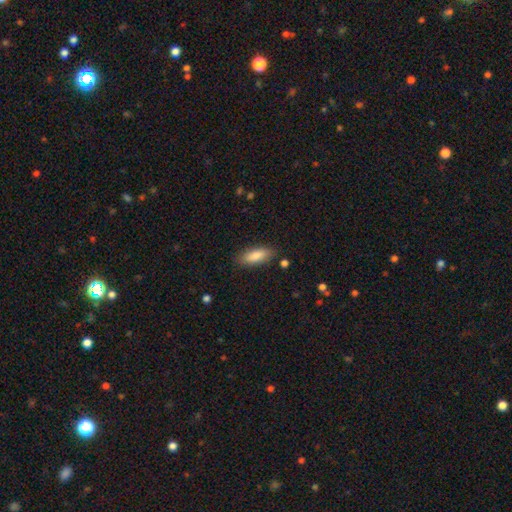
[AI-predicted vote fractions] A smooth galaxy with no disk features (86%) that is in between round and cigar-shaped (69%).

Vote fractions:
- Smooth or featured? smooth: 86% / featured or disk: 8% / star or artifact: 6%
- How rounded? in between: 69% / cigar-shaped: 29% / round: 2%
- Merging? none: 85% / minor disturbance: 11% / major disturbance: 3% / merger: 2%